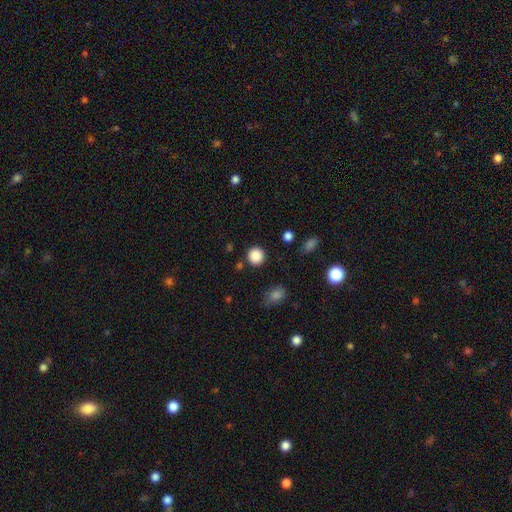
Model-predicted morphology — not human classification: Overall: smooth (87%). How rounded: round (93%). Merging: none (88%).